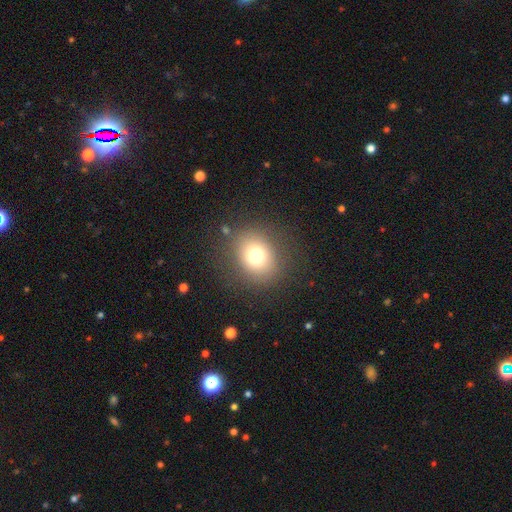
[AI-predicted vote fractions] smooth-or-featured: smooth: 73% | star or artifact: 15% | featured or disk: 12%
  how-rounded: round: 72% | in between: 27% | cigar-shaped: 1%
  merging: none: 82% | minor disturbance: 10% | major disturbance: 6% | merger: 2%